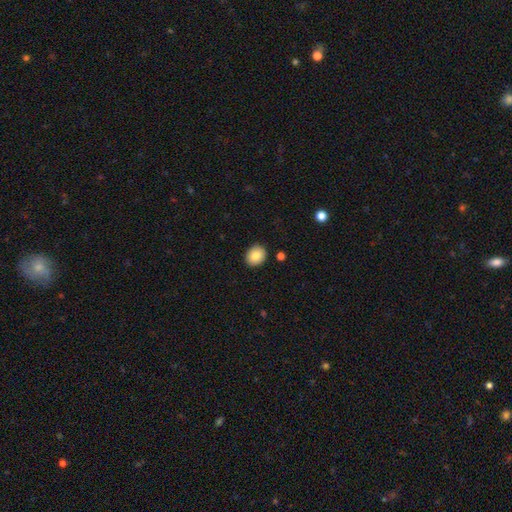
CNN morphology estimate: A smooth galaxy with no disk features (83%) that is round (62%).

Vote fractions:
- Smooth or featured? smooth: 83% / featured or disk: 9% / star or artifact: 8%
- How rounded? round: 62% / in between: 37% / cigar-shaped: 1%
- Merging? none: 89% / minor disturbance: 8% / merger: 2% / major disturbance: 2%